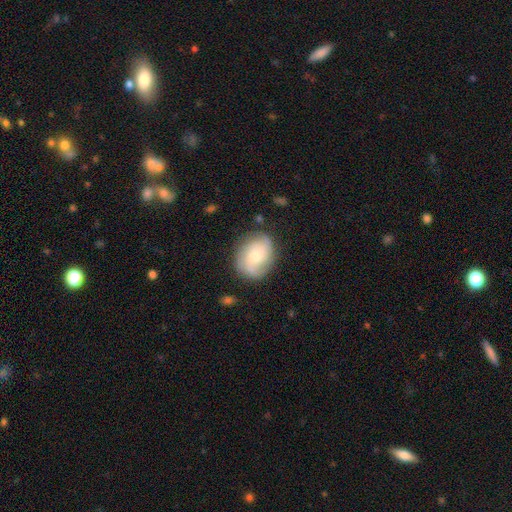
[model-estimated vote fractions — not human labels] Smooth or featured?
  - featured or disk: 58% *
  - smooth: 35%
  - star or artifact: 7%
Edge-on disk?
  - no: 97% *
  - yes: 3%
Bar?
  - no: 70% *
  - weak: 26%
  - strong: 4%
Spiral arms?
  - yes: 89% *
  - no: 11%
Bulge size?
  - small: 46% *
  - moderate: 45%
  - large: 5%
  - none: 2%
  - dominant: 1%
Merging?
  - none: 75% *
  - minor disturbance: 17%
  - major disturbance: 6%
  - merger: 2%